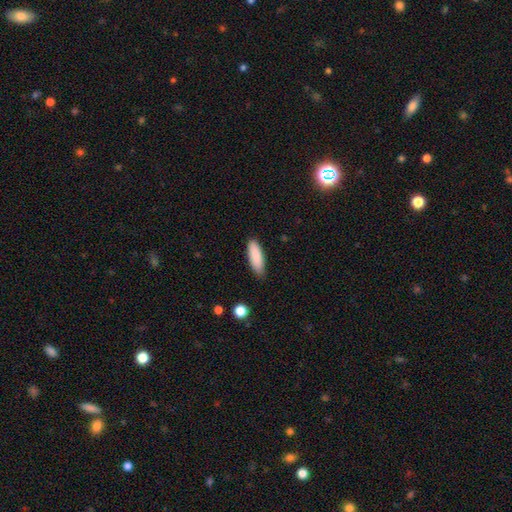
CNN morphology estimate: smooth_or_featured: smooth (p=0.88) [alt: featured or disk p=0.06]
how_rounded: in between (p=0.52) [alt: cigar-shaped p=0.46]
merging: none (p=0.83) [alt: minor disturbance p=0.13]